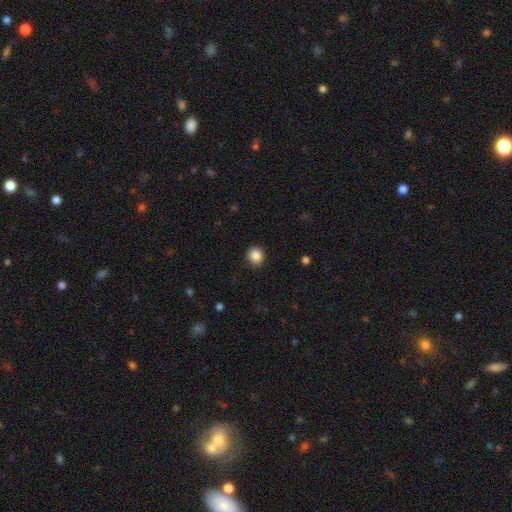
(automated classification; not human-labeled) smooth_or_featured: smooth (p=0.87) [alt: star or artifact p=0.10]
how_rounded: round (p=0.87) [alt: in between p=0.12]
merging: none (p=0.90) [alt: minor disturbance p=0.07]